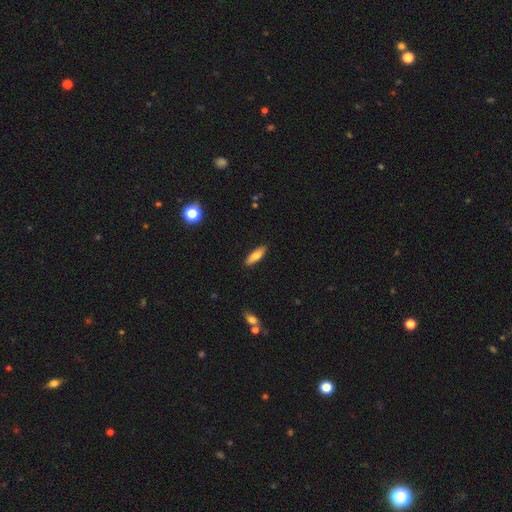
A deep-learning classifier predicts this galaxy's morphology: Smooth or featured? smooth (74%)
How rounded? cigar-shaped (50%)
Merging? none (89%)